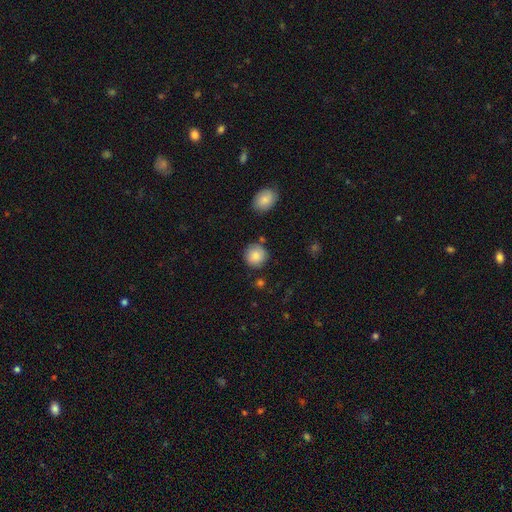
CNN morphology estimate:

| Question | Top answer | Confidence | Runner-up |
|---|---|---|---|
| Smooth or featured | smooth | 84% | featured or disk (8%) |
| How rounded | round | 92% | in between (7%) |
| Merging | none | 81% | minor disturbance (12%) |